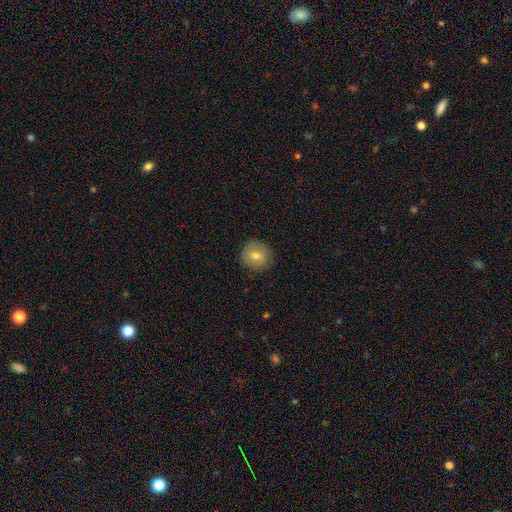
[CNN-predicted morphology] type=smooth (74%); roundness=round (94%); merging=none (89%).